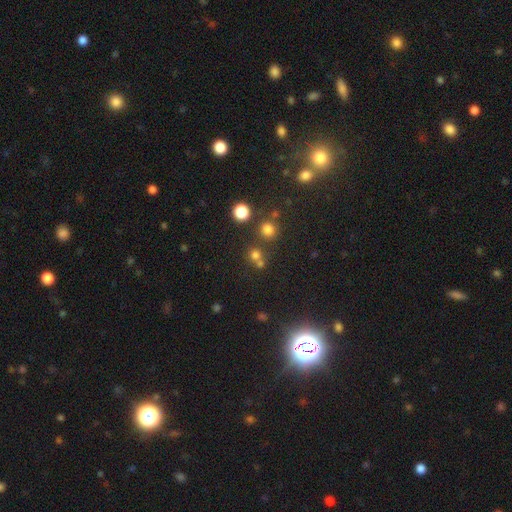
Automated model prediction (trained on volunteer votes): The model was most divided on "merging": none: 62%, merger: 27%, minor disturbance: 8%, major disturbance: 4%. More confident: how rounded — round (88%); smooth or featured — smooth (67%).